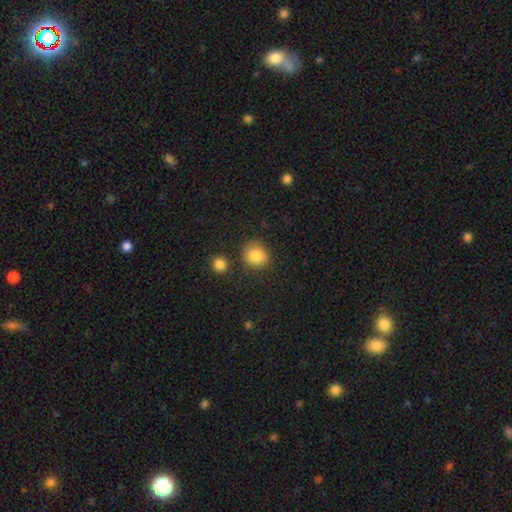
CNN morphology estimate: smooth 85%, star or artifact 10%, featured or disk 5%. Down the decision tree: how rounded — round (83%); merging — none (83%).